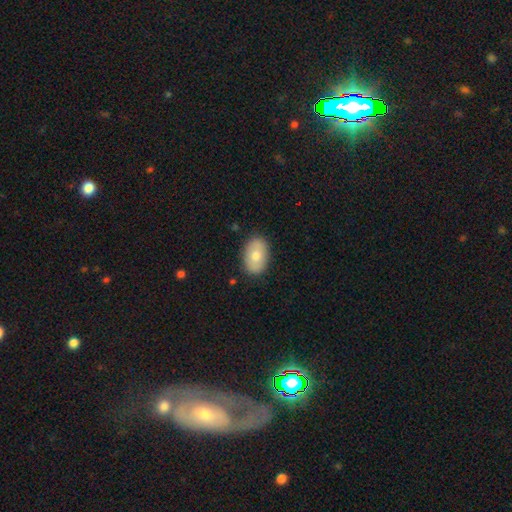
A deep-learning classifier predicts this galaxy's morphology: type=smooth (70%); roundness=in between (89%); merging=none (86%).